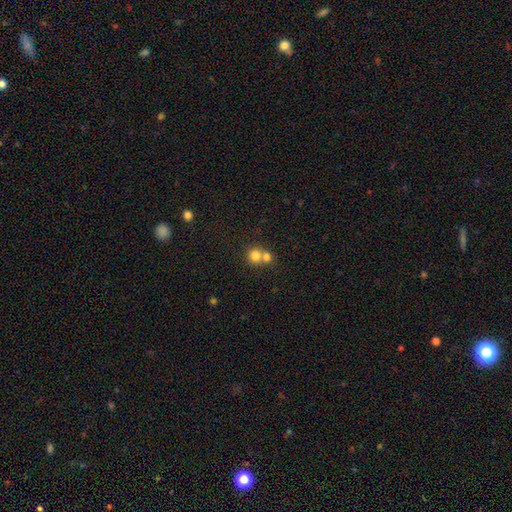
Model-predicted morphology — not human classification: Smooth or featured? smooth (78%)
How rounded? round (89%)
Merging? merger (52%)